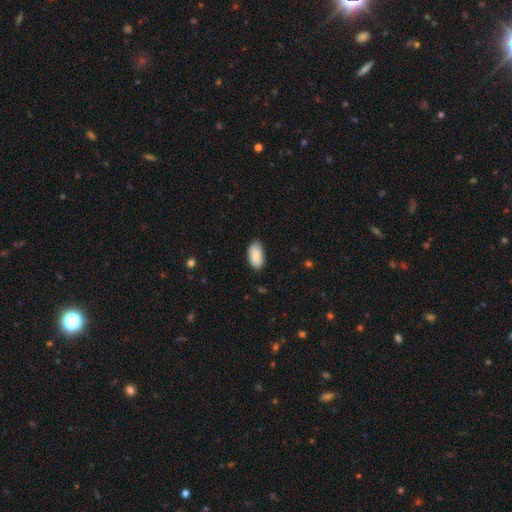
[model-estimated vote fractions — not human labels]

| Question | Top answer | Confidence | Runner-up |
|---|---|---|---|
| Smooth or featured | smooth | 87% | featured or disk (7%) |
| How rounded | in between | 95% | cigar-shaped (3%) |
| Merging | none | 85% | minor disturbance (12%) |